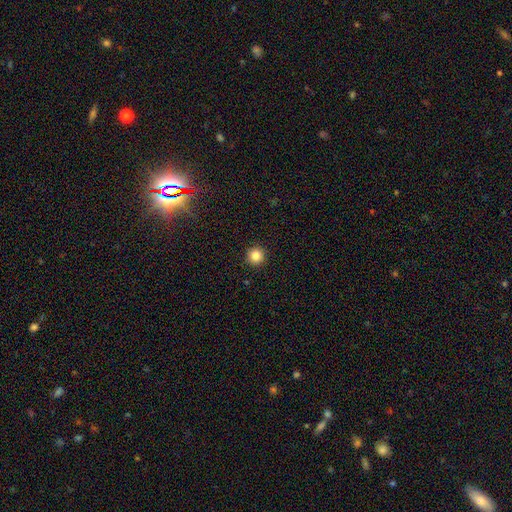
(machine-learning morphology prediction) smooth-or-featured: smooth: 84% | star or artifact: 11% | featured or disk: 4%
  how-rounded: round: 96% | in between: 3% | cigar-shaped: 1%
  merging: none: 93% | minor disturbance: 4% | major disturbance: 2% | merger: 1%